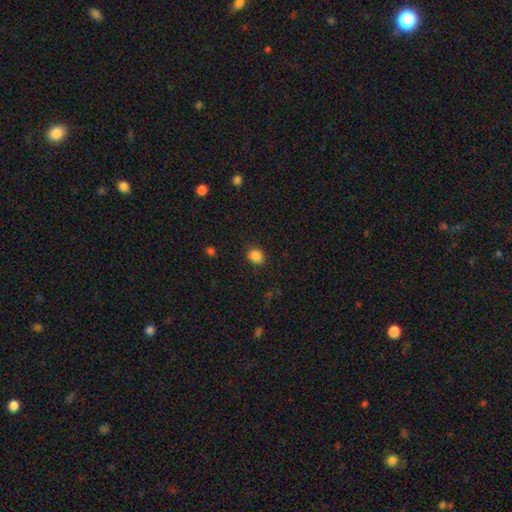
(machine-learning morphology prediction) smooth-or-featured: smooth: 86% | star or artifact: 11% | featured or disk: 3%
  how-rounded: round: 61% | in between: 38% | cigar-shaped: 1%
  merging: none: 85% | minor disturbance: 11% | major disturbance: 3% | merger: 1%